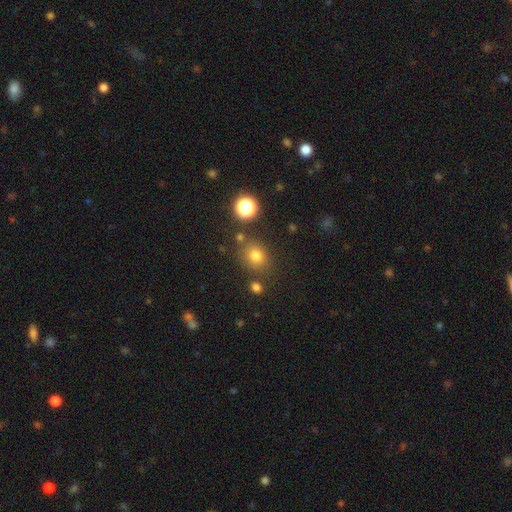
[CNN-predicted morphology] smooth_or_featured: smooth (p=0.74) [alt: star or artifact p=0.18]
how_rounded: round (p=0.63) [alt: in between p=0.36]
merging: none (p=0.77) [alt: minor disturbance p=0.12]